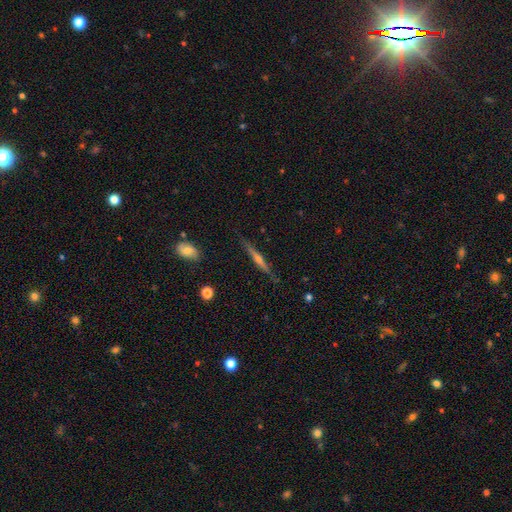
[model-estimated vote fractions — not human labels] A featured or disk galaxy (70%) viewed edge-on (97%) with a rounded central bulge (70%). Merging: none (87%).